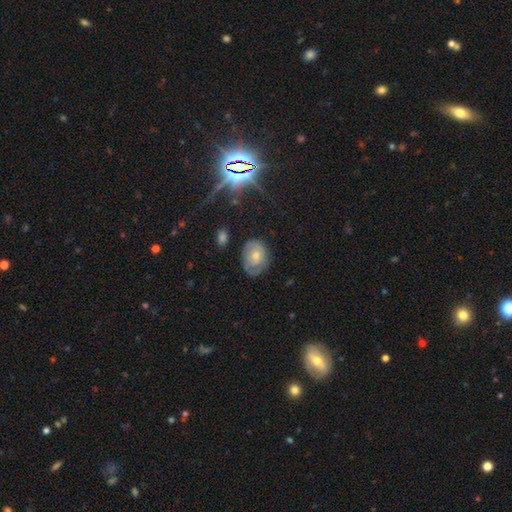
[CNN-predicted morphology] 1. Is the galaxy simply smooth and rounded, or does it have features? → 53% smooth, 38% featured or disk, 9% star or artifact.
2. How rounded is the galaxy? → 66% in between, 32% round, 1% cigar-shaped.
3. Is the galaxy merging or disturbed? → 62% none, 26% minor disturbance, 9% major disturbance, 2% merger.